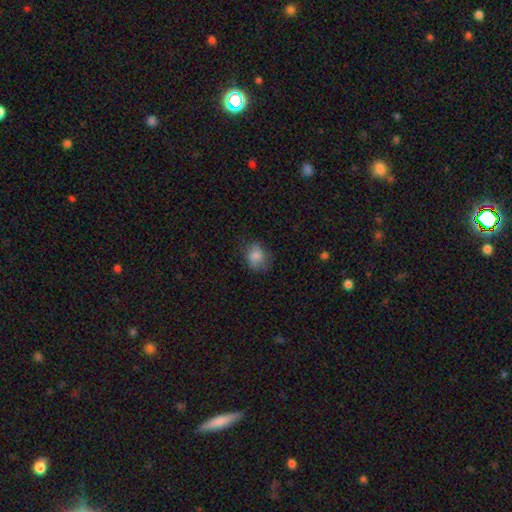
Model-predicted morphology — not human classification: Q: Smooth or featured?
A: smooth (78%); runner-up: featured or disk (13%)
Q: How rounded?
A: round (55%); runner-up: in between (44%)
Q: Merging?
A: none (69%); runner-up: minor disturbance (22%)